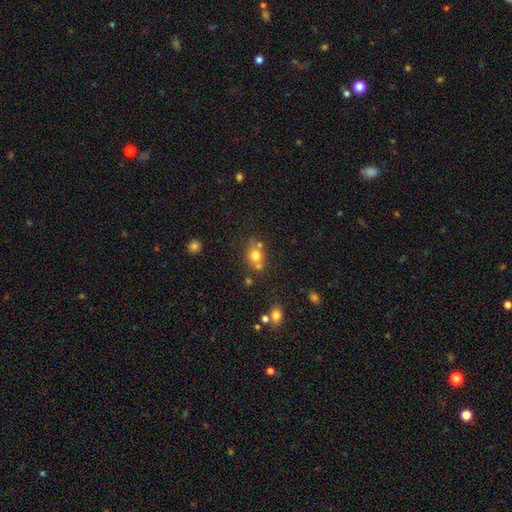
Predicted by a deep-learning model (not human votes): This appears to be a smooth galaxy with no disk features (71%) that is round (69%). Merging: none (55%).